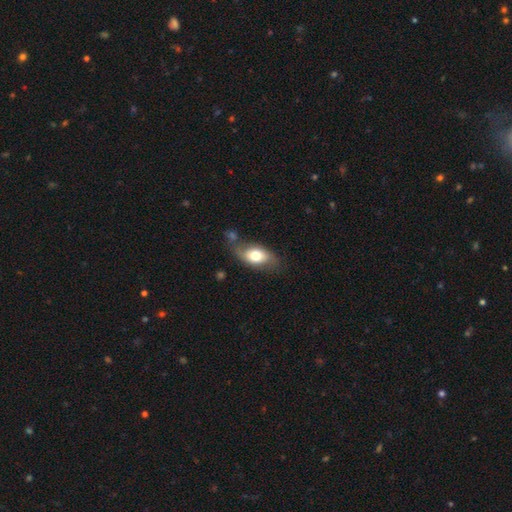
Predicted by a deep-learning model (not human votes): Morphology: type=smooth (64%); roundness=in between (87%); merging=none (58%).